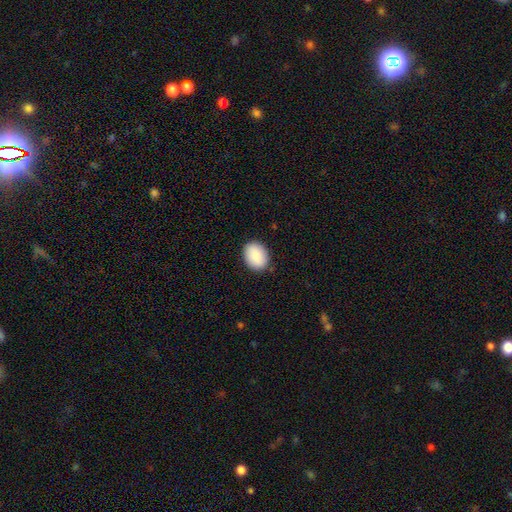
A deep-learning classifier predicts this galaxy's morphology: Q: Smooth or featured?
A: smooth (87%); runner-up: star or artifact (7%)
Q: How rounded?
A: in between (64%); runner-up: round (35%)
Q: Merging?
A: none (87%); runner-up: minor disturbance (10%)